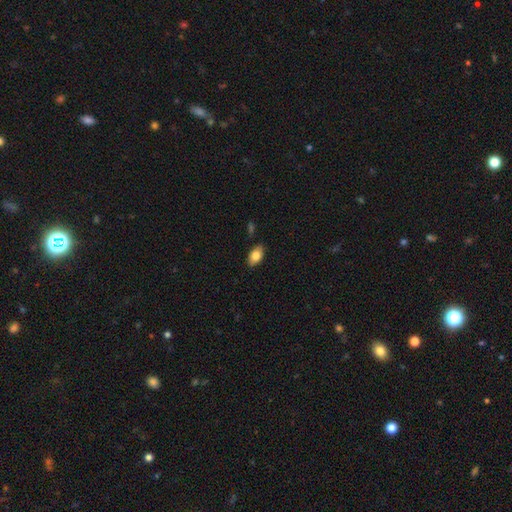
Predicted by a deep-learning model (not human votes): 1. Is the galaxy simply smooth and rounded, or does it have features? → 81% smooth, 12% featured or disk, 7% star or artifact.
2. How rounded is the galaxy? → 91% in between, 6% round, 3% cigar-shaped.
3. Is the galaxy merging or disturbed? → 84% none, 12% minor disturbance, 2% major disturbance, 2% merger.